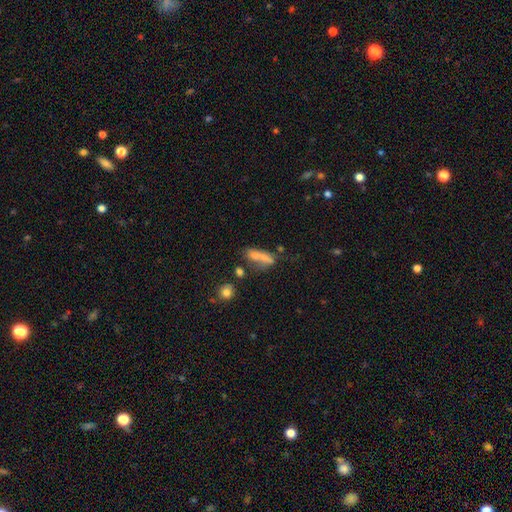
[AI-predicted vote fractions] Smooth or featured? smooth (52%)
How rounded? in between (46%)
Merging? none (40%)